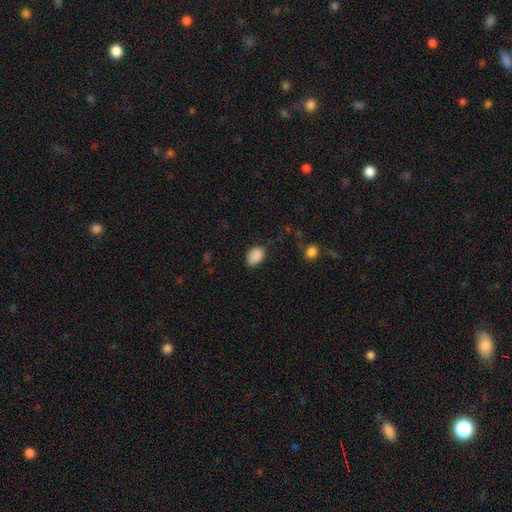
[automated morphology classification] Smooth or featured?
  - smooth: 89% *
  - star or artifact: 8%
  - featured or disk: 3%
How rounded?
  - in between: 83% *
  - round: 16%
  - cigar-shaped: 1%
Merging?
  - none: 81% *
  - minor disturbance: 14%
  - major disturbance: 3%
  - merger: 1%